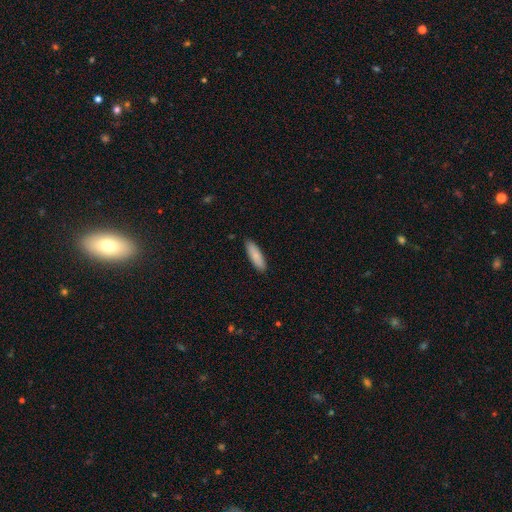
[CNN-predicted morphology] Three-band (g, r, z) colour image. It shows a smooth galaxy with no disk features (85%) that is cigar-shaped (56%). Merging: none (88%).